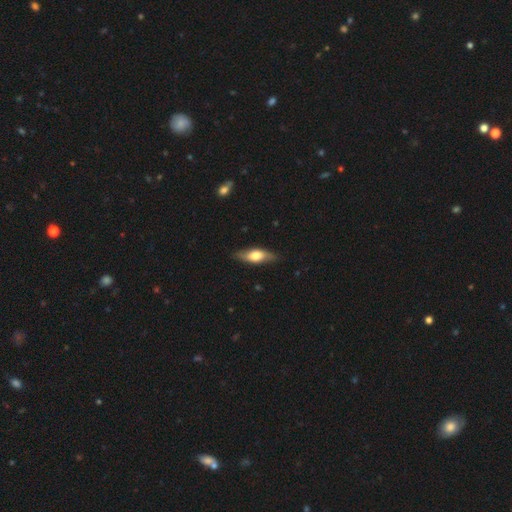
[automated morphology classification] This is possibly a smooth galaxy (52%). How rounded: possibly in between (60%). Merging: clearly none (82%).